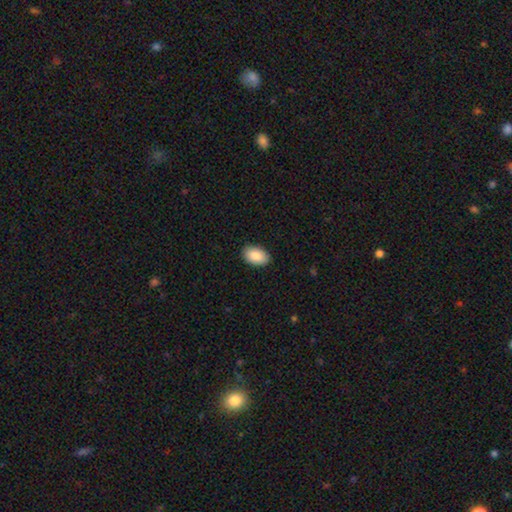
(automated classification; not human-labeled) Overall: smooth (88%). How rounded: in between (92%). Merging: none (89%).